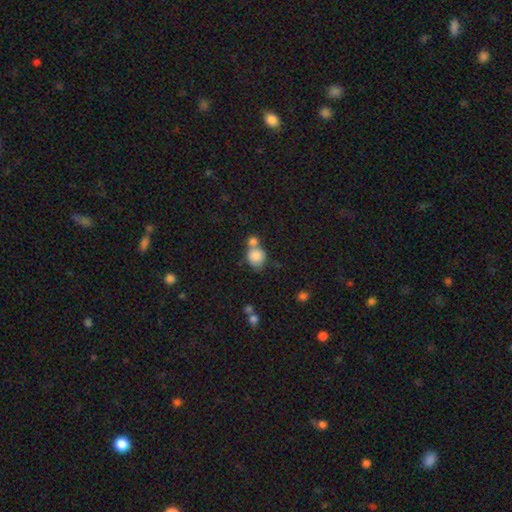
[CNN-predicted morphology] Q: Smooth or featured?
A: smooth (83%); runner-up: star or artifact (9%)
Q: How rounded?
A: round (70%); runner-up: in between (29%)
Q: Merging?
A: merger (44%); runner-up: none (40%)